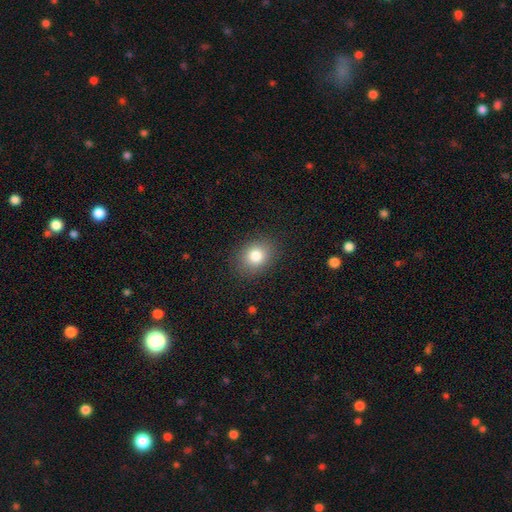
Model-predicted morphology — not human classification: type=smooth (81%); roundness=round (51%); merging=none (87%).